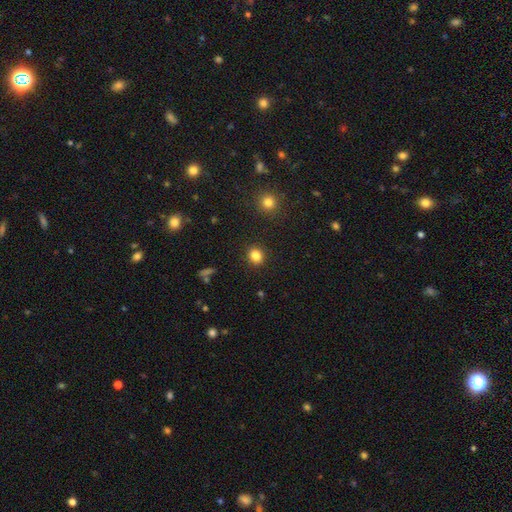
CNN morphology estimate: smooth_or_featured: smooth (p=0.83) [alt: star or artifact p=0.12]
how_rounded: round (p=0.79) [alt: in between p=0.20]
merging: none (p=0.91) [alt: minor disturbance p=0.06]